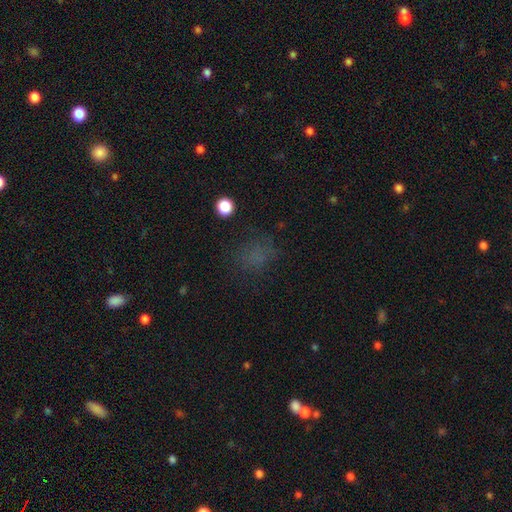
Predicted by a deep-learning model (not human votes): The model was most divided on "how rounded": round: 57%, in between: 42%, cigar-shaped: 2%. More confident: merging — none (69%); smooth or featured — smooth (60%).